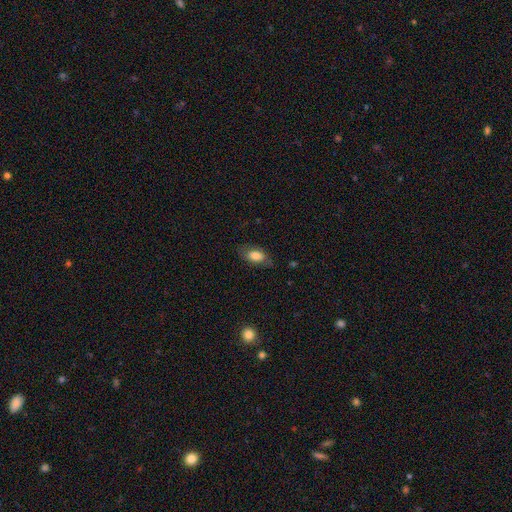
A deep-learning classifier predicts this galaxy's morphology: This appears to be a smooth galaxy with no disk features (75%) that is in between round and cigar-shaped (90%). Merging: none (71%).